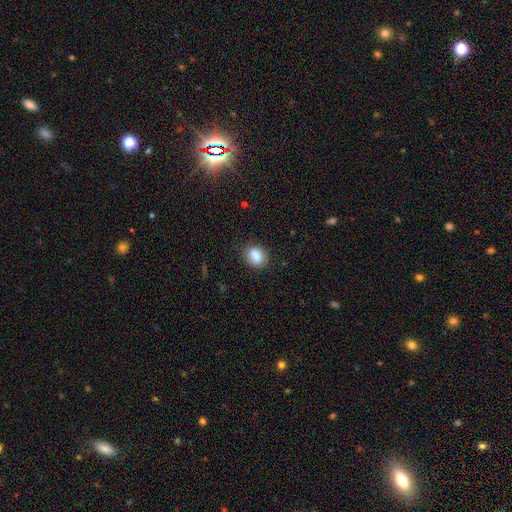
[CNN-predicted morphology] smooth_or_featured: smooth (p=0.83) [alt: star or artifact p=0.09]
how_rounded: in between (p=0.53) [alt: round p=0.45]
merging: none (p=0.73) [alt: minor disturbance p=0.17]